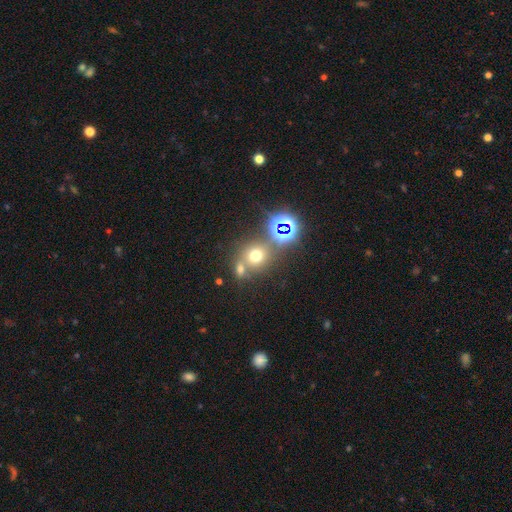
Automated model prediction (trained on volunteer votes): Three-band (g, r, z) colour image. It shows a smooth galaxy with no disk features (60%) that is round (82%). Merging: none (59%).